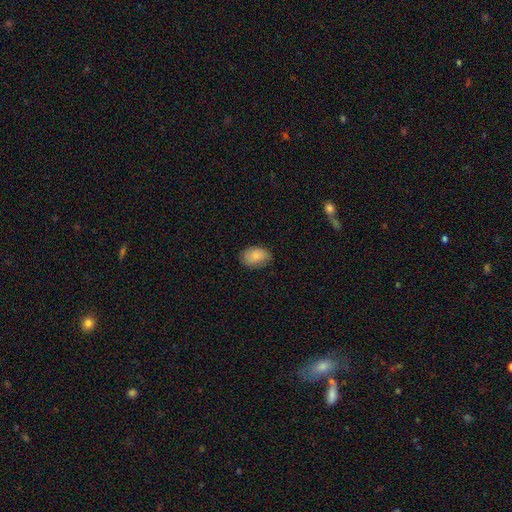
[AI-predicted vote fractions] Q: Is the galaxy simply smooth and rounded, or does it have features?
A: smooth — 84%.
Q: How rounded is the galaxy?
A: in between — 86%.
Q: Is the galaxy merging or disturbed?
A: none — 79%.